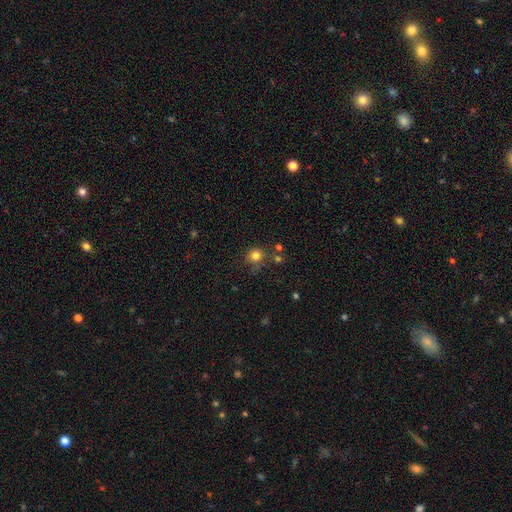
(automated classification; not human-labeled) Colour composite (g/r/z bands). It shows a smooth galaxy with no disk features (80%) that is round (86%). Merging: none (68%).